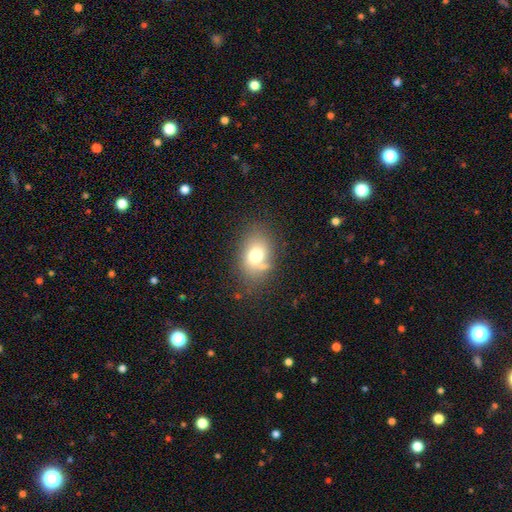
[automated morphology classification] Smooth or featured? Predicted: smooth (p=0.70). How rounded? Predicted: in between (p=0.68). Merging? Predicted: none (p=0.66).